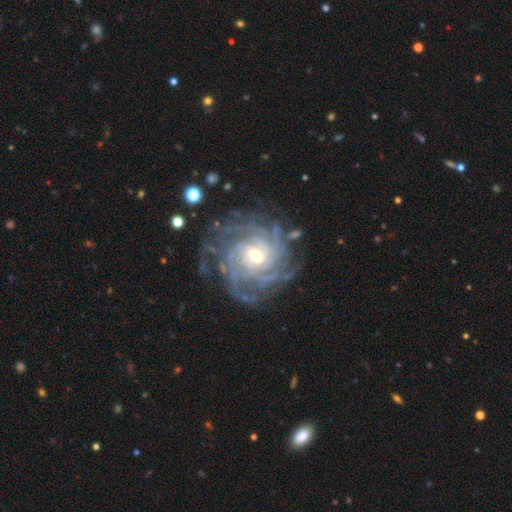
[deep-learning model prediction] smooth_or_featured: featured or disk (p=0.90) [alt: star or artifact p=0.06]
disk_edge_on: no (p=0.97) [alt: yes p=0.03]
bar: no (p=0.47) [alt: weak p=0.40]
has_spiral_arms: yes (p=0.98) [alt: no p=0.02]
spiral_winding: tight (p=0.75) [alt: medium p=0.21]
spiral_arm_count: more than 4 (p=0.28) [alt: 4 p=0.24]
bulge_size: small (p=0.48) [alt: moderate p=0.47]
merging: none (p=0.76) [alt: minor disturbance p=0.15]